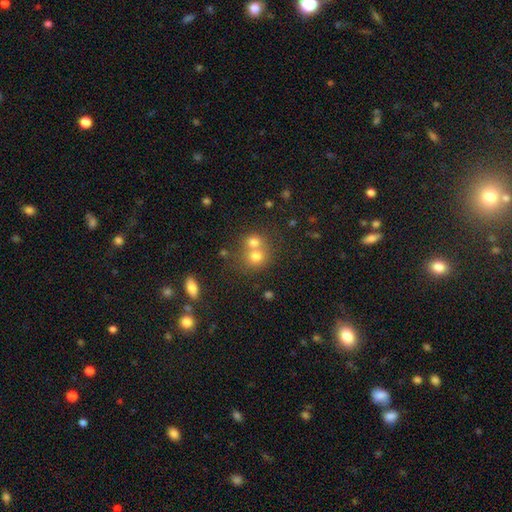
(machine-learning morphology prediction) A smooth galaxy with no disk features (71%) that is round (79%).

Vote fractions:
- Smooth or featured? smooth: 71% / featured or disk: 15% / star or artifact: 14%
- How rounded? round: 79% / in between: 21% / cigar-shaped: 1%
- Merging? merger: 56% / none: 35% / minor disturbance: 6% / major disturbance: 3%